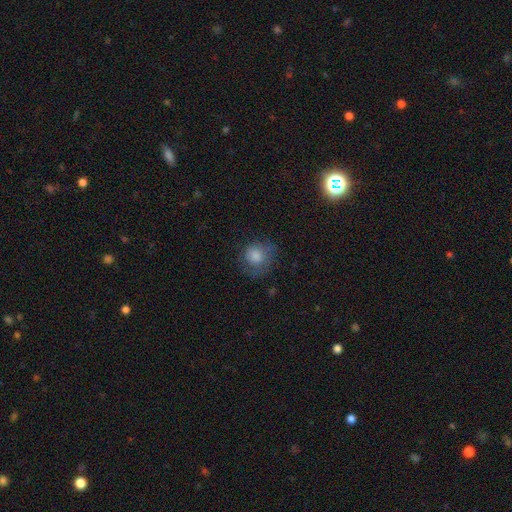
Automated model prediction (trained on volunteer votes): smooth-or-featured: smooth: 68% | featured or disk: 19% | star or artifact: 13%
  how-rounded: round: 81% | in between: 18% | cigar-shaped: 1%
  merging: none: 63% | minor disturbance: 22% | major disturbance: 14% | merger: 1%